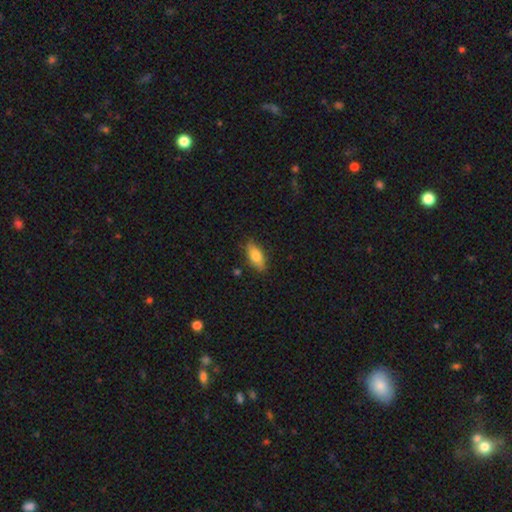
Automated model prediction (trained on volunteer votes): Smooth or featured? Predicted: smooth (p=0.80). How rounded? Predicted: in between (p=0.82). Merging? Predicted: none (p=0.82).